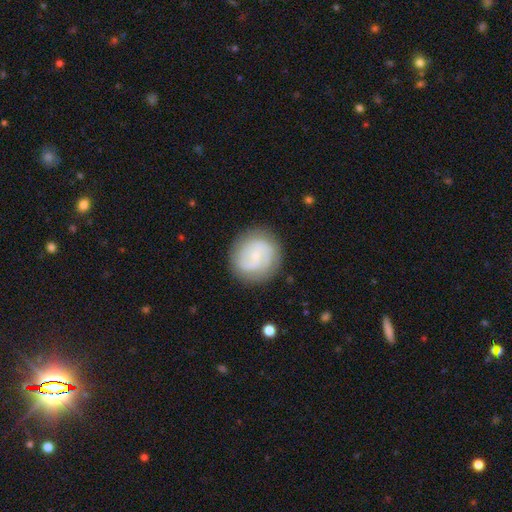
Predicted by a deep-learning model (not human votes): A featured or disk galaxy (61%) with no bar (64%), 2 (53%) tight (48%) spiral arms (91%) and a small central bulge (77%).

Vote fractions:
- Smooth or featured? featured or disk: 61% / smooth: 32% / star or artifact: 7%
- Edge-on disk? no: 98% / yes: 2%
- Bar? no: 64% / weak: 31% / strong: 5%
- Spiral arms? yes: 91% / no: 9%
- Spiral winding? tight: 48% / medium: 38% / loose: 14%
- Spiral arm count? 2: 53% / can't tell: 21% / 3: 13% / 1: 5% / 4: 4% / more than 4: 3%
- Bulge size? small: 77% / moderate: 11% / none: 8% / large: 2% / dominant: 1%
- Merging? none: 83% / minor disturbance: 11% / major disturbance: 4% / merger: 1%